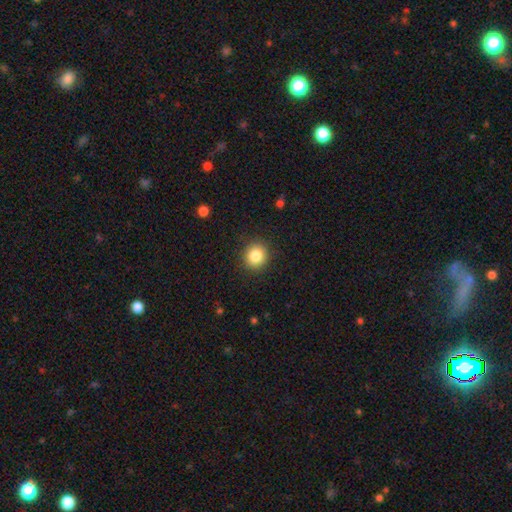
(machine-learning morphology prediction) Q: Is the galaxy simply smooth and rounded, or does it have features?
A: smooth — 85%.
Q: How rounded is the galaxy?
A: round — 87%.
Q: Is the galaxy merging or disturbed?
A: none — 90%.